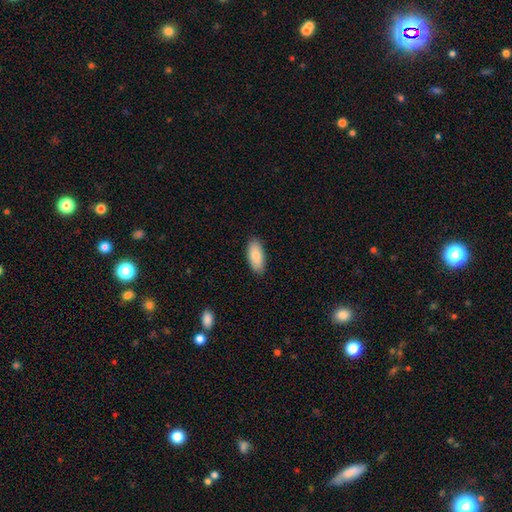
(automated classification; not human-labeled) Overall: smooth (82%). How rounded: in between (88%). Merging: none (88%).